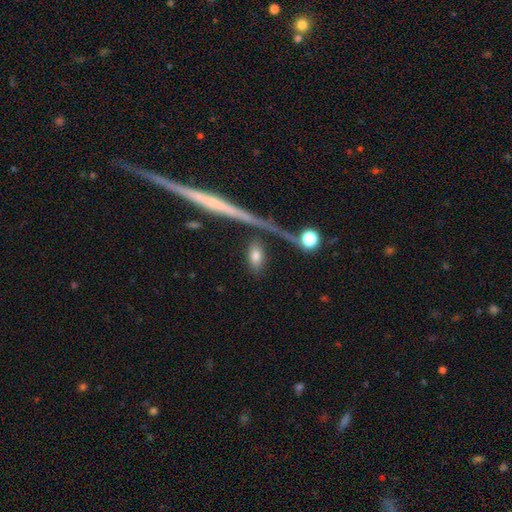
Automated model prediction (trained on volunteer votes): Q: Smooth or featured?
A: smooth (76%); runner-up: featured or disk (15%)
Q: How rounded?
A: in between (81%); runner-up: cigar-shaped (11%)
Q: Merging?
A: none (73%); runner-up: minor disturbance (13%)